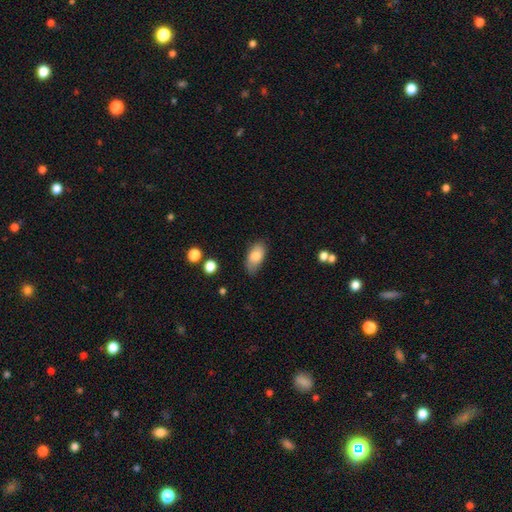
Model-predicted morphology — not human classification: Smooth or featured? Predicted: smooth (p=0.81). How rounded? Predicted: in between (p=0.92). Merging? Predicted: none (p=0.72).